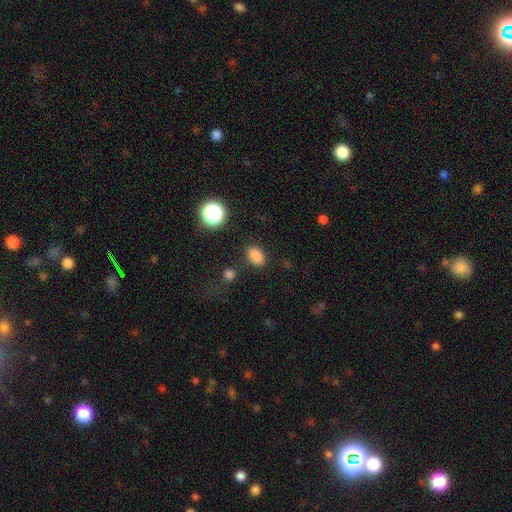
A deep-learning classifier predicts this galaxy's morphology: Smooth or featured: smooth — 83% (star or artifact — 13%)
How rounded: in between — 83% (round — 15%)
Merging: none — 82% (minor disturbance — 11%)